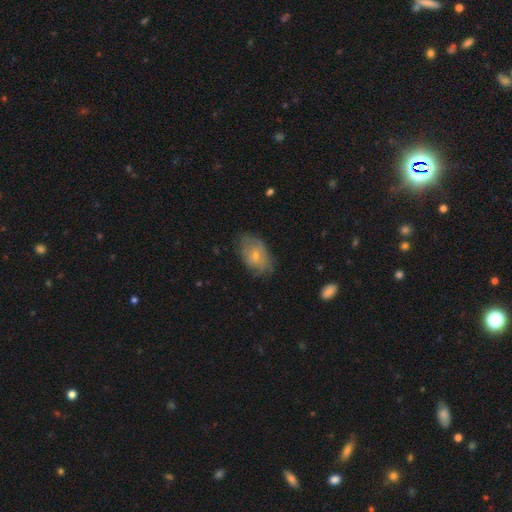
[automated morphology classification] Q: Smooth or featured?
A: smooth (54%); runner-up: featured or disk (37%)
Q: How rounded?
A: in between (87%); runner-up: round (11%)
Q: Merging?
A: none (69%); runner-up: minor disturbance (23%)